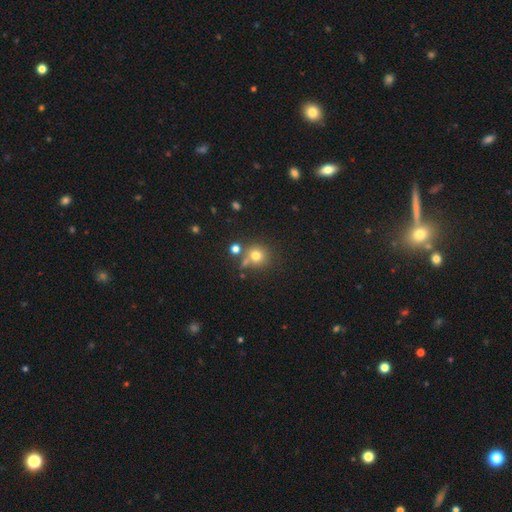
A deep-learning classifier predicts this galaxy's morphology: This appears to be a smooth galaxy with no disk features (74%) that is round (89%). Merging: none (64%).